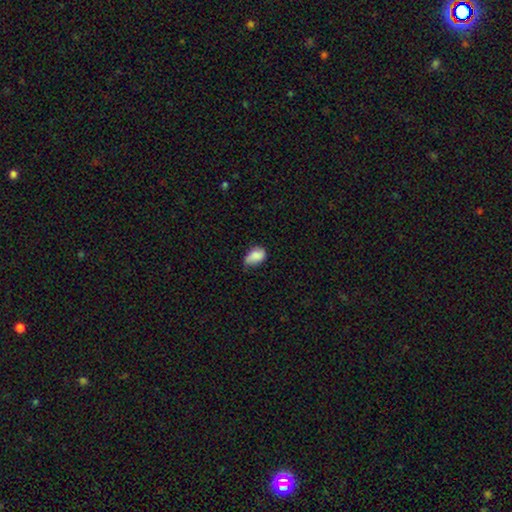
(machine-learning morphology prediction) Q: Smooth or featured?
A: smooth (83%); runner-up: featured or disk (9%)
Q: How rounded?
A: in between (88%); runner-up: round (11%)
Q: Merging?
A: minor disturbance (46%); runner-up: none (41%)